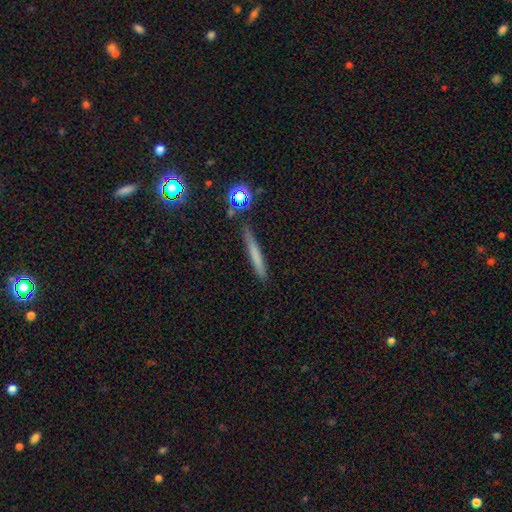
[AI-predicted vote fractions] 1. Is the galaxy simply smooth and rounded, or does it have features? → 65% smooth, 24% featured or disk, 11% star or artifact.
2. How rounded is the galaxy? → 95% cigar-shaped, 3% in between, 2% round.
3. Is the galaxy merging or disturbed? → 85% none, 10% minor disturbance, 2% major disturbance, 2% merger.